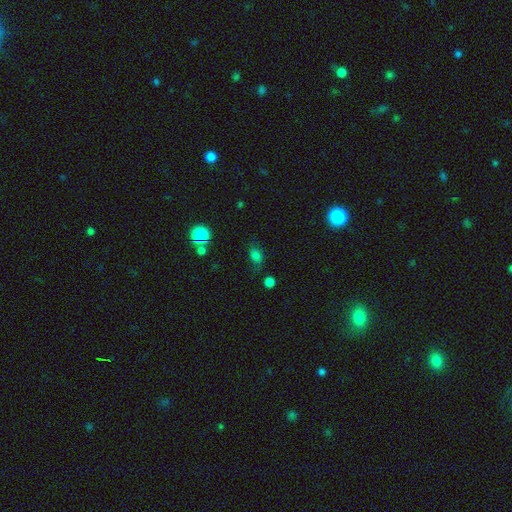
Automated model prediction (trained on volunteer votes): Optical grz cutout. It shows a smooth galaxy with no disk features (71%) that is in between round and cigar-shaped (72%). Merging: none (57%).